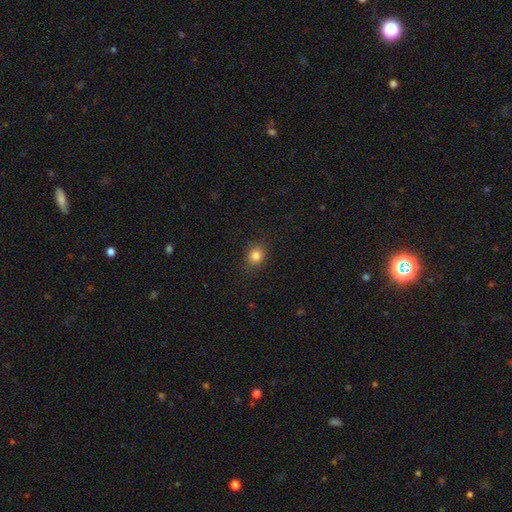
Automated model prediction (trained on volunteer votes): This is clearly a smooth galaxy (84%). How rounded: likely round (70%). Merging: clearly none (87%).